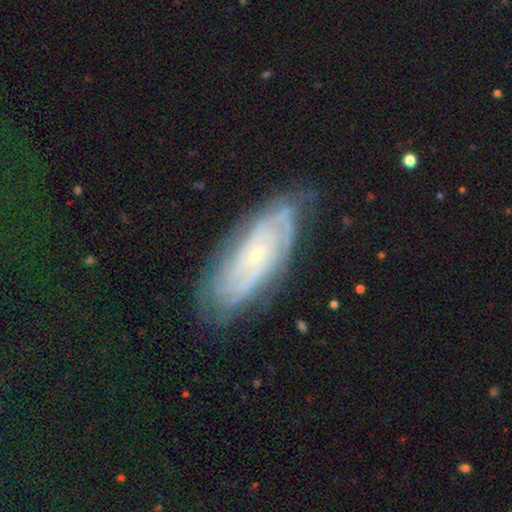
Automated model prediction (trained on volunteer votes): Smooth or featured? featured or disk (81%)
Edge-on disk? no (90%)
Bar? no (68%)
Spiral arms? yes (94%)
Spiral winding? tight (77%)
Spiral arm count? can't tell (46%)
Bulge size? small (82%)
Merging? none (76%)